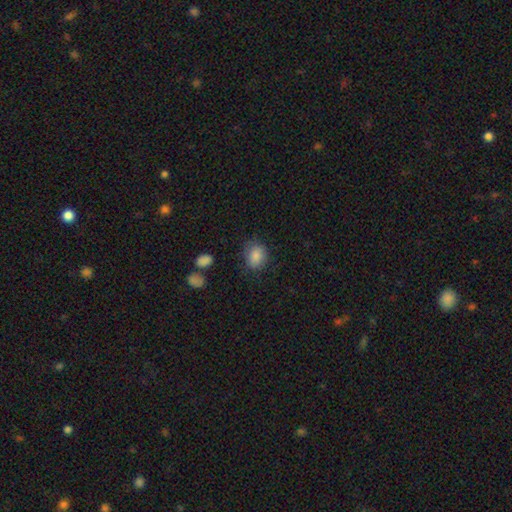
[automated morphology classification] type=smooth (84%); roundness=round (50%); merging=none (75%).